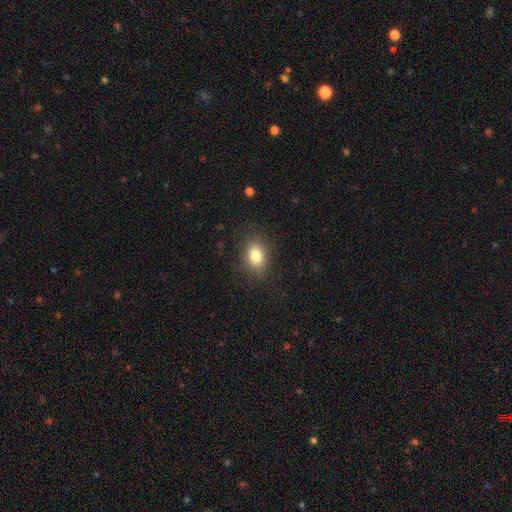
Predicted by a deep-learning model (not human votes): smooth 83%, star or artifact 9%, featured or disk 8%. Down the decision tree: how rounded — in between (78%); merging — none (85%).